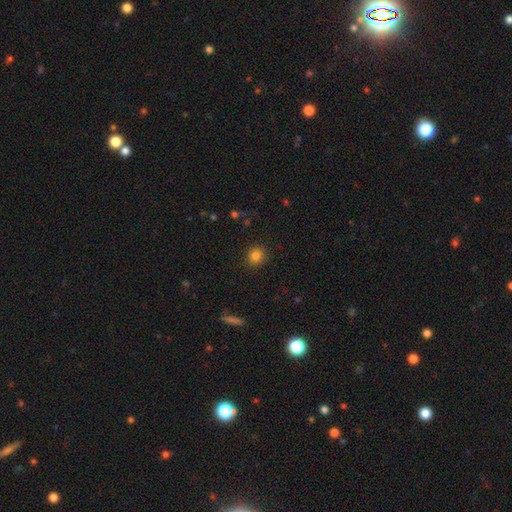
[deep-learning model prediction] Smooth or featured? Predicted: smooth (p=0.83). How rounded? Predicted: round (p=0.80). Merging? Predicted: none (p=0.89).